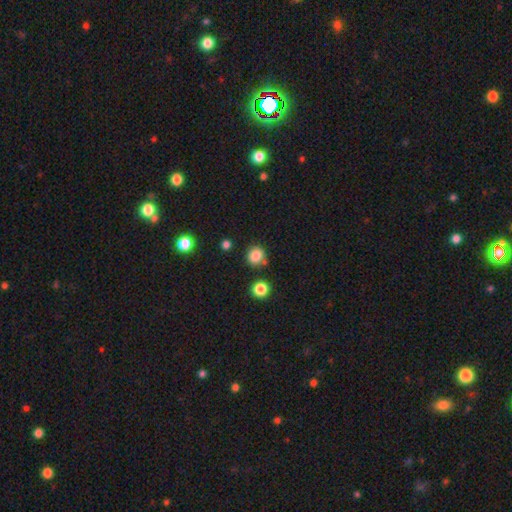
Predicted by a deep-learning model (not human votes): Smooth or featured? Predicted: smooth (p=0.83). How rounded? Predicted: round (p=0.78). Merging? Predicted: none (p=0.76).